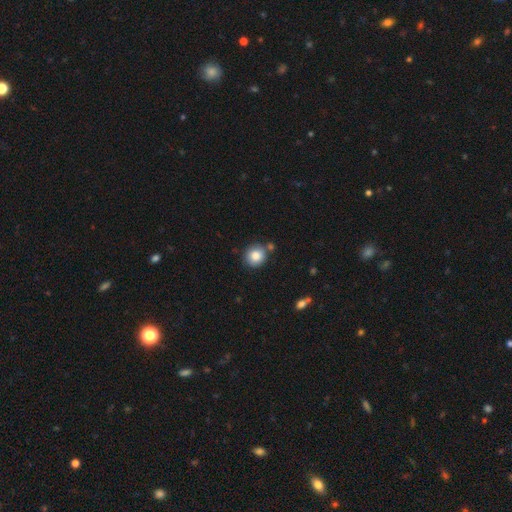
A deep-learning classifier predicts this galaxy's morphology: Smooth or featured: smooth — 84% (star or artifact — 9%)
How rounded: round — 87% (in between — 12%)
Merging: none — 75% (minor disturbance — 12%)